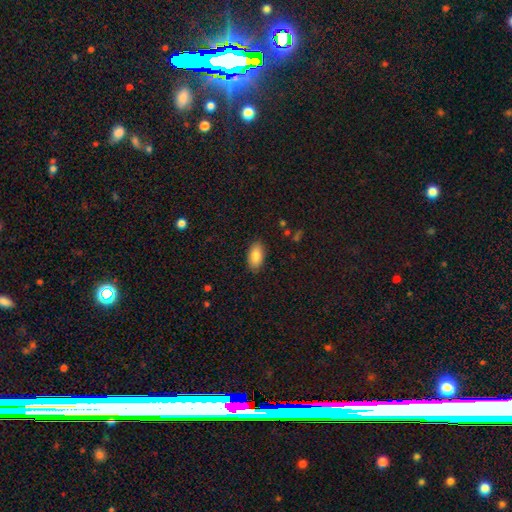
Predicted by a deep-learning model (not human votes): A smooth galaxy with no disk features (87%) that is in between round and cigar-shaped (94%). Merging: none (88%).